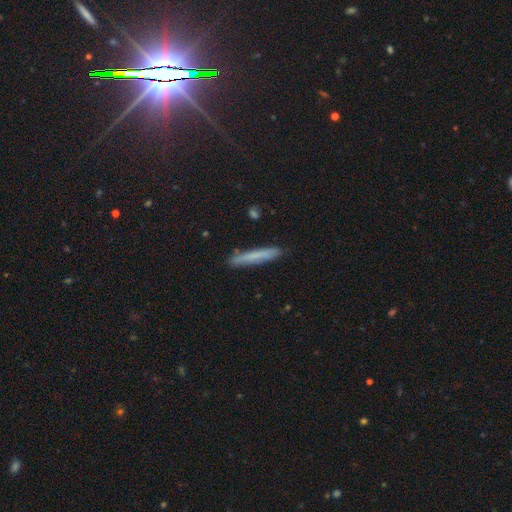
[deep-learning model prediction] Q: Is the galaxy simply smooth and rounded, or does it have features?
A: smooth — 70%.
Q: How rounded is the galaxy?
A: cigar-shaped — 96%.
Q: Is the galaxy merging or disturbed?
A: none — 89%.